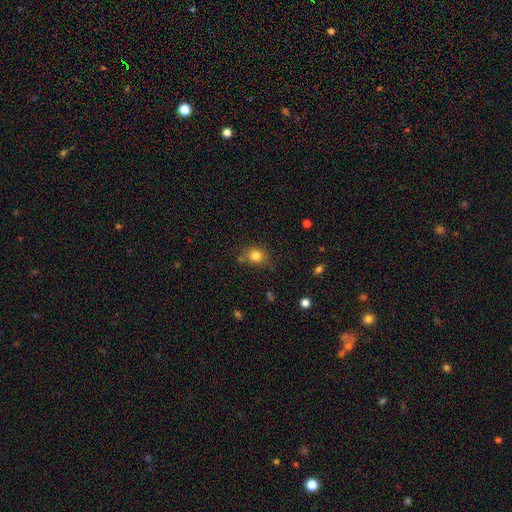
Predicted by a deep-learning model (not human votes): Overall: smooth (82%). How rounded: round (63%; in between 36%). Merging: none (71%).